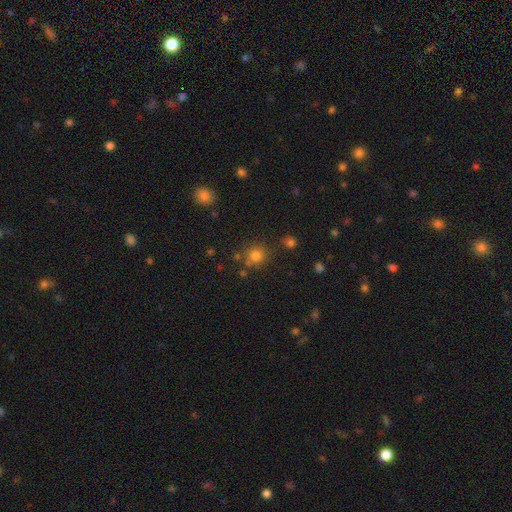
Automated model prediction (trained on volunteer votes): Morphology: type=smooth (78%); roundness=round (87%); merging=none (75%).